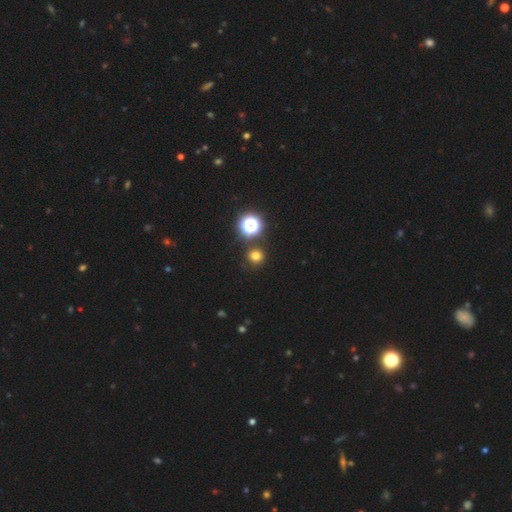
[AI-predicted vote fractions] A smooth galaxy with no disk features (72%) that is round (90%).

Vote fractions:
- Smooth or featured? smooth: 72% / star or artifact: 22% / featured or disk: 5%
- How rounded? round: 90% / in between: 9% / cigar-shaped: 1%
- Merging? none: 85% / minor disturbance: 7% / merger: 5% / major disturbance: 3%